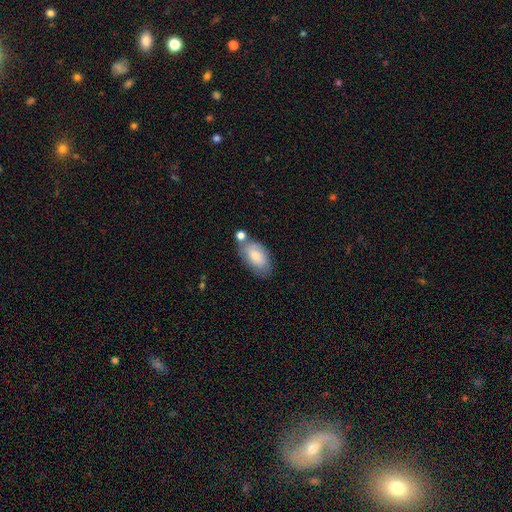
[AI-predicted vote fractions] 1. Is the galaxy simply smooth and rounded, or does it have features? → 74% smooth, 19% featured or disk, 7% star or artifact.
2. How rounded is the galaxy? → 93% in between, 5% round, 3% cigar-shaped.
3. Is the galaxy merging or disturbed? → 58% none, 20% minor disturbance, 16% merger, 6% major disturbance.